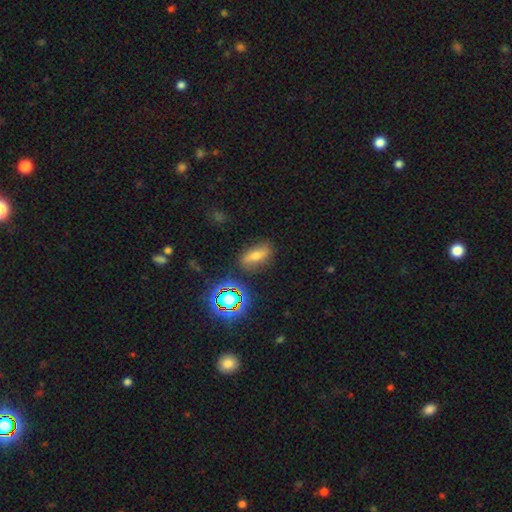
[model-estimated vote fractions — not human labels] A smooth galaxy with no disk features (51%) that is in between round and cigar-shaped (74%).

Vote fractions:
- Smooth or featured? smooth: 51% / star or artifact: 25% / featured or disk: 23%
- How rounded? in between: 74% / cigar-shaped: 15% / round: 11%
- Merging? none: 79% / minor disturbance: 13% / major disturbance: 4% / merger: 3%